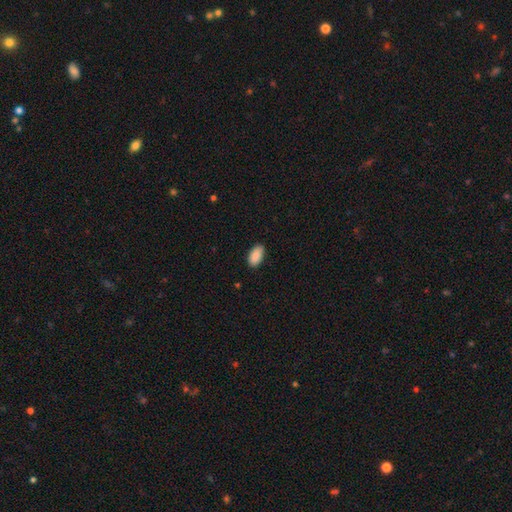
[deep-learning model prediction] Morphology: type=smooth (90%); roundness=in between (95%); merging=none (88%).